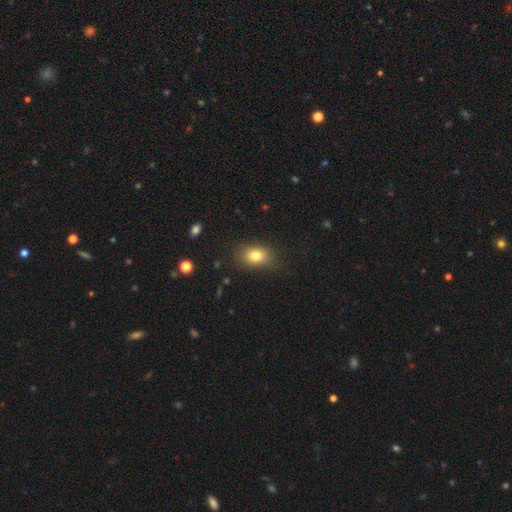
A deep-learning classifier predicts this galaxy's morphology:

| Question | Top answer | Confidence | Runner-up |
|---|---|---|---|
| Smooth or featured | smooth | 80% | star or artifact (10%) |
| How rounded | in between | 74% | round (24%) |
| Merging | none | 81% | minor disturbance (14%) |